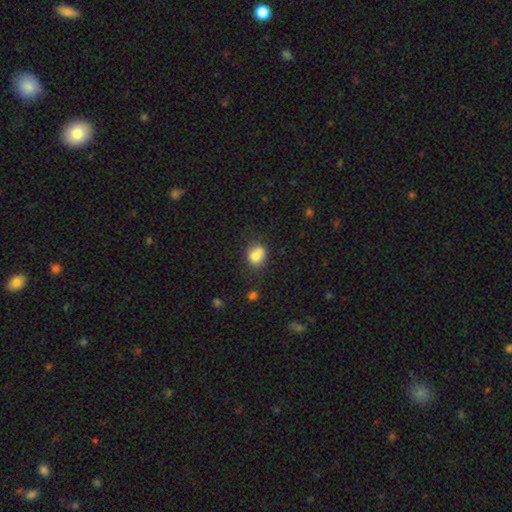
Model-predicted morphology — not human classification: Overall: smooth (75%). How rounded: round (69%; in between 31%). Merging: none (43%; merger 37%).